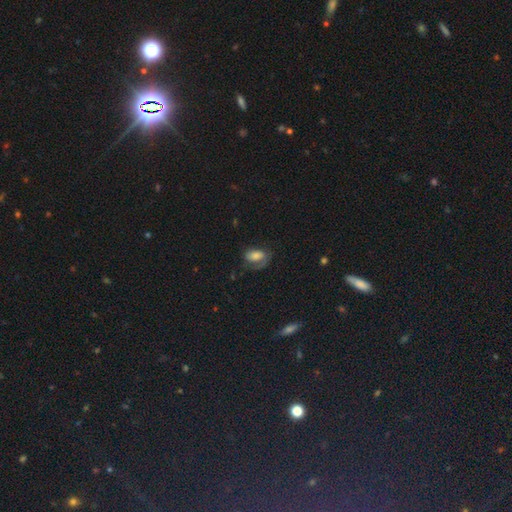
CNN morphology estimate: Smooth or featured?
  - smooth: 55% *
  - featured or disk: 35%
  - star or artifact: 10%
How rounded?
  - in between: 87% *
  - round: 10%
  - cigar-shaped: 3%
Merging?
  - none: 48% *
  - major disturbance: 27%
  - minor disturbance: 23%
  - merger: 2%